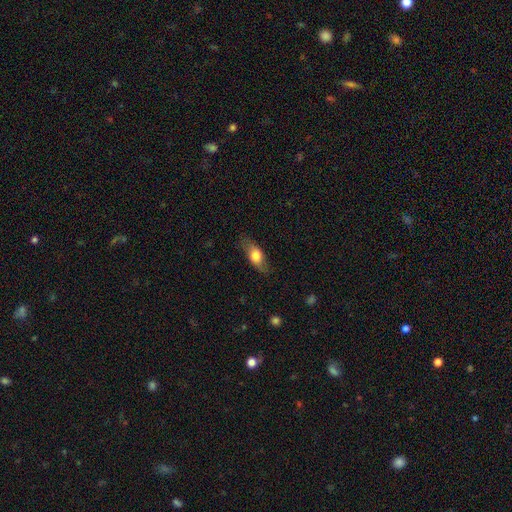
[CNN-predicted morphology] Overall: smooth (67%). How rounded: in between (76%). Merging: none (74%).